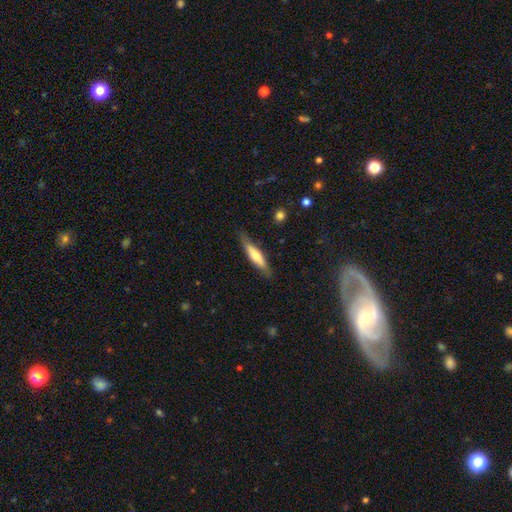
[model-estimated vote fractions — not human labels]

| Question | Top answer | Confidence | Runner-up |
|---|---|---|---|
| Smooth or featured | smooth | 56% | featured or disk (38%) |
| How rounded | cigar-shaped | 81% | in between (18%) |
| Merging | none | 81% | minor disturbance (15%) |